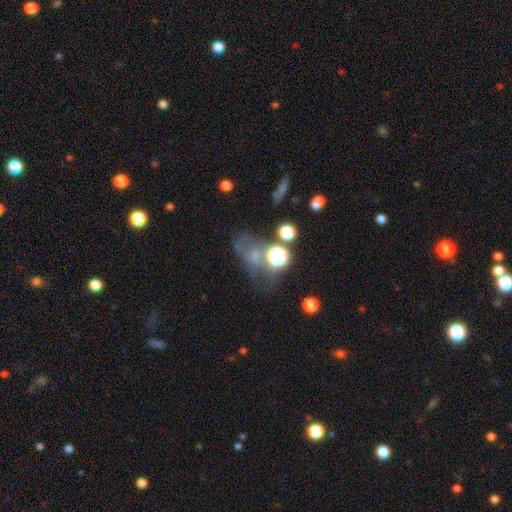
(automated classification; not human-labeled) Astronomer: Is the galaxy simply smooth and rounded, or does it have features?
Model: smooth — 41% (runner-up: star or artifact, 36%).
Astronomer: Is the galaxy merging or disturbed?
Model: none — 41% (runner-up: major disturbance, 26%).